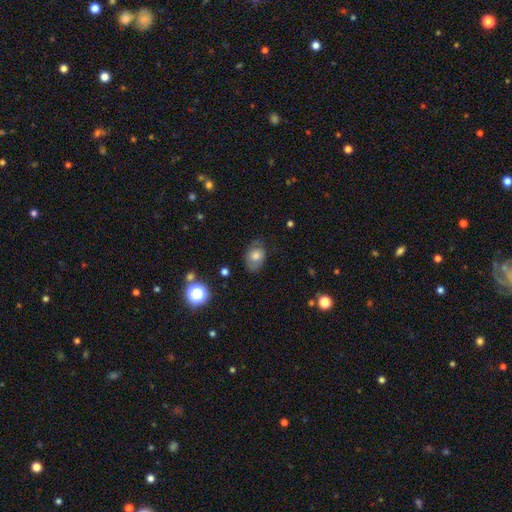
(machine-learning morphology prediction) A smooth galaxy with no disk features (69%) that is in between round and cigar-shaped (71%).

Vote fractions:
- Smooth or featured? smooth: 69% / featured or disk: 20% / star or artifact: 11%
- How rounded? in between: 71% / round: 28% / cigar-shaped: 1%
- Merging? none: 63% / minor disturbance: 26% / major disturbance: 10% / merger: 2%